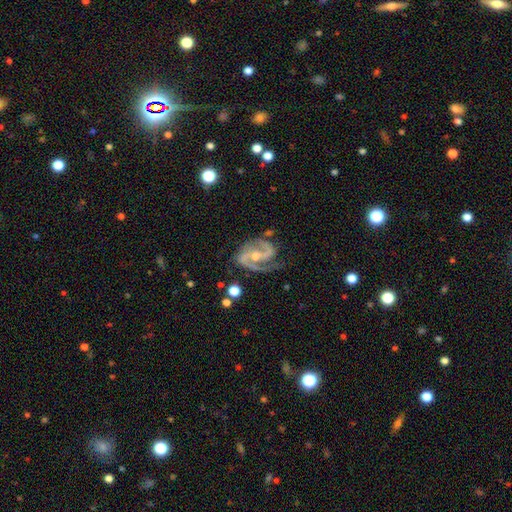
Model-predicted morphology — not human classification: A featured or disk galaxy (91%) with a weak bar (40%), 2 (90%) medium (58%) spiral arms (98%) and a moderate central bulge (48%).

Vote fractions:
- Smooth or featured? featured or disk: 91% / star or artifact: 5% / smooth: 4%
- Edge-on disk? no: 98% / yes: 2%
- Bar? weak: 40% / no: 33% / strong: 27%
- Spiral arms? yes: 98% / no: 2%
- Spiral winding? medium: 58% / tight: 26% / loose: 16%
- Spiral arm count? 2: 90% / 3: 3% / 1: 3% / can't tell: 2% / 4: 1% / more than 4: 1%
- Bulge size? moderate: 48% / small: 47% / none: 3% / large: 2% / dominant: 1%
- Merging? none: 68% / minor disturbance: 20% / major disturbance: 10% / merger: 3%